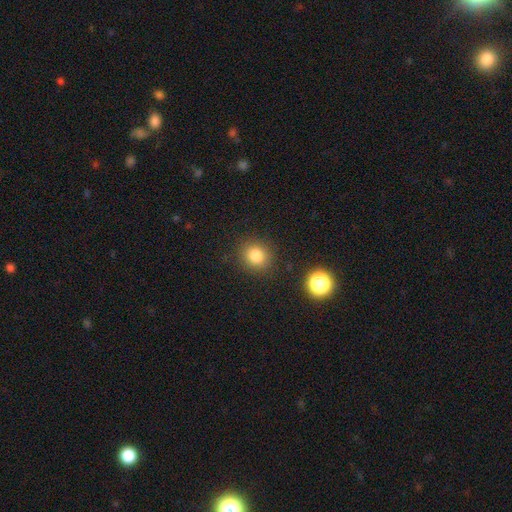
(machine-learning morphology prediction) Smooth or featured? Predicted: smooth (p=0.82). How rounded? Predicted: round (p=0.86). Merging? Predicted: none (p=0.88).